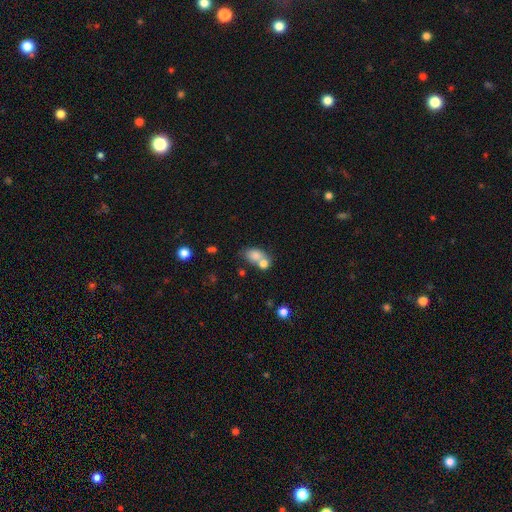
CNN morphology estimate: This is likely a smooth galaxy (79%). How rounded: likely in between (72%). Merging: possibly merger (46%).